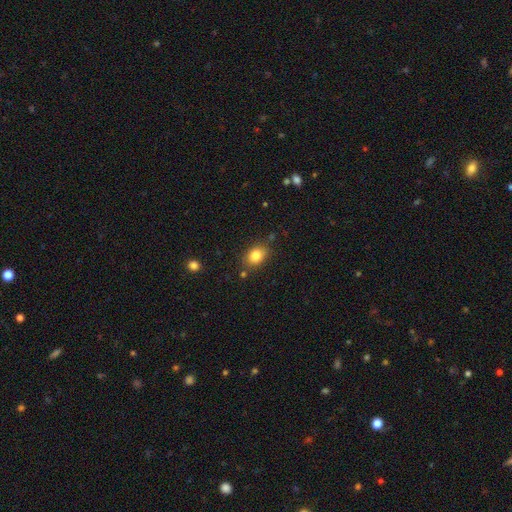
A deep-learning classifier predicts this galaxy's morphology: Smooth or featured? Predicted: smooth (p=0.82). How rounded? Predicted: in between (p=0.69). Merging? Predicted: none (p=0.79).